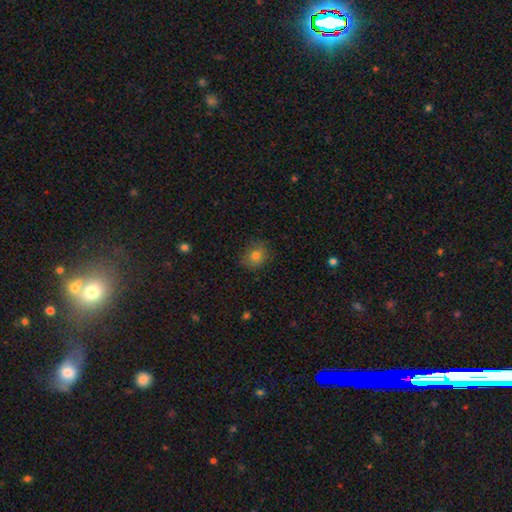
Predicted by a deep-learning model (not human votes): A smooth galaxy with no disk features (79%) that is round (74%).

Vote fractions:
- Smooth or featured? smooth: 79% / star or artifact: 12% / featured or disk: 9%
- How rounded? round: 74% / in between: 25% / cigar-shaped: 1%
- Merging? none: 80% / minor disturbance: 15% / major disturbance: 4% / merger: 1%